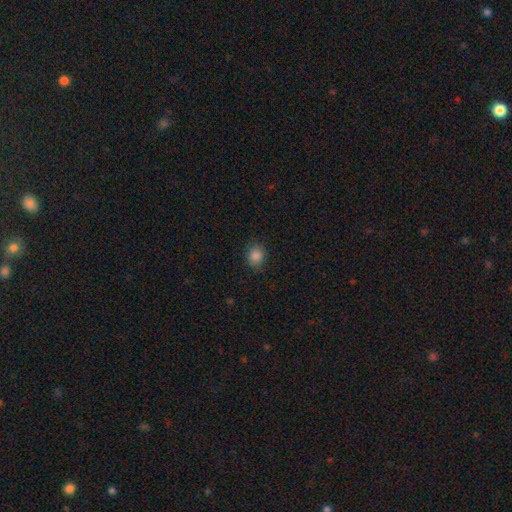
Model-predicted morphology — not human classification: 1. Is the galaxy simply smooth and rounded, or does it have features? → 86% smooth, 11% star or artifact, 4% featured or disk.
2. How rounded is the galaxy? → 65% round, 34% in between, 1% cigar-shaped.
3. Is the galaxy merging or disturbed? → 87% none, 9% minor disturbance, 3% major disturbance, 1% merger.